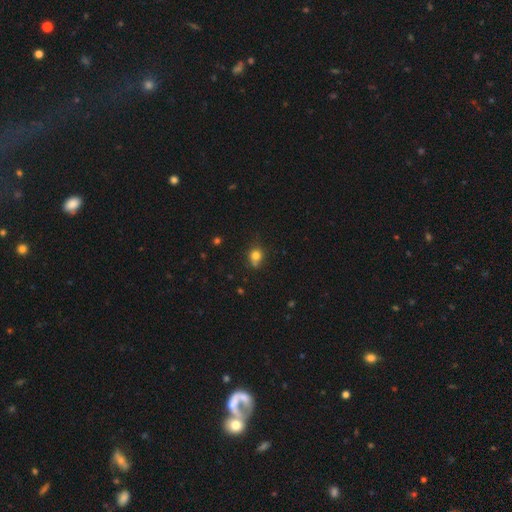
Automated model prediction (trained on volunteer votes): smooth_or_featured: smooth (p=0.79) [alt: star or artifact p=0.13]
how_rounded: round (p=0.69) [alt: in between p=0.29]
merging: none (p=0.58) [alt: minor disturbance p=0.24]